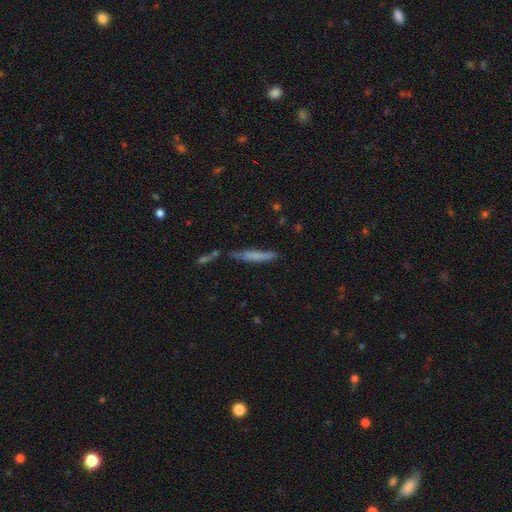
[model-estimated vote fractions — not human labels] Q: Smooth or featured?
A: smooth (65%); runner-up: featured or disk (28%)
Q: How rounded?
A: cigar-shaped (94%); runner-up: in between (5%)
Q: Merging?
A: none (66%); runner-up: minor disturbance (18%)